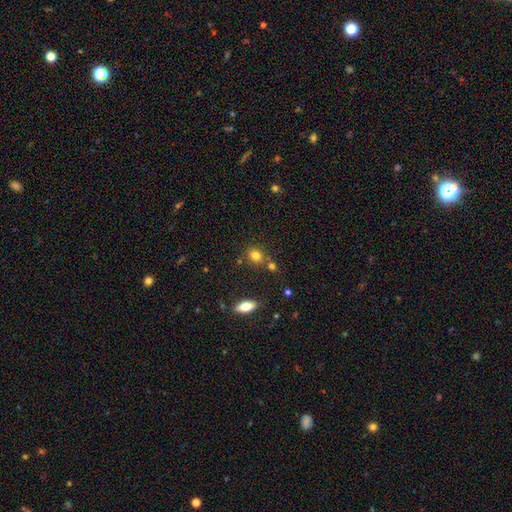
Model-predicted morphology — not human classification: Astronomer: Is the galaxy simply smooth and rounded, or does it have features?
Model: smooth — 79%.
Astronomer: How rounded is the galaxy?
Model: round — 57% (runner-up: in between, 41%).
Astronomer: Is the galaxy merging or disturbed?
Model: none — 68%.